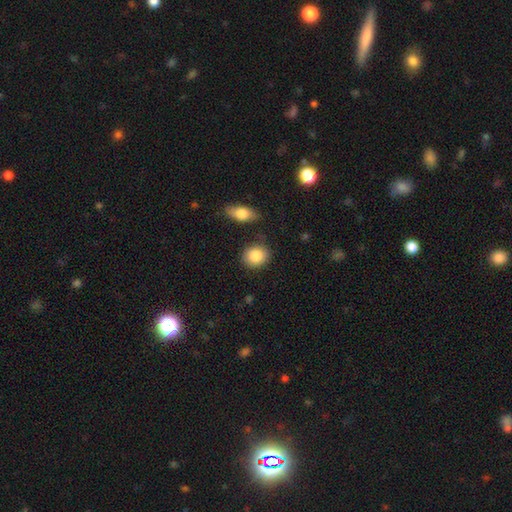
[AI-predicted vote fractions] Smooth or featured? Predicted: smooth (p=0.86). How rounded? Predicted: round (p=0.61). Merging? Predicted: none (p=0.81).